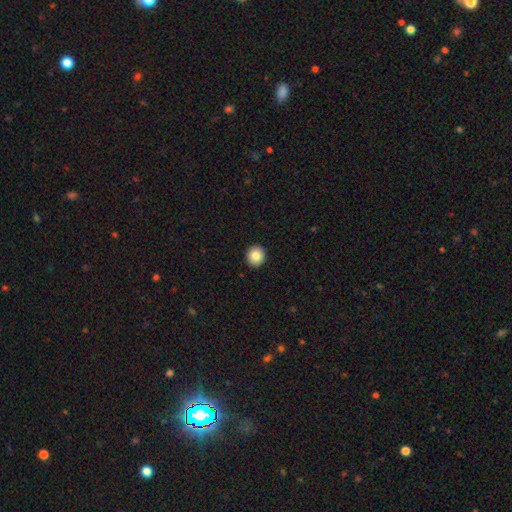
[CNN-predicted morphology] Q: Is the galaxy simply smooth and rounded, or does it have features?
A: smooth — 85%.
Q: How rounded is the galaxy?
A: round — 89%.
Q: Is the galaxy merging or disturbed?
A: none — 93%.